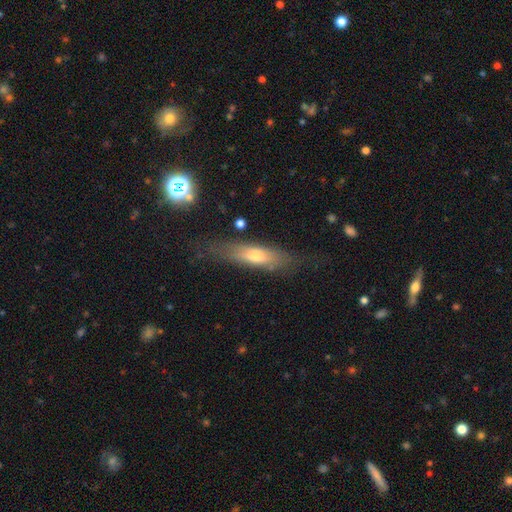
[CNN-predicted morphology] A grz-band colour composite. It shows a smooth galaxy with no disk features (57%) that is cigar-shaped (58%). Merging: none (68%).